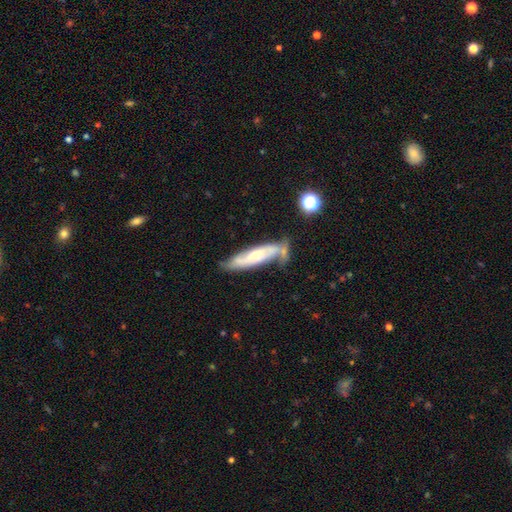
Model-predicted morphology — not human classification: The model was most divided on "smooth or featured": featured or disk: 57%, smooth: 37%, star or artifact: 6%. More confident: edge-on disk — no (60%); merging — none (50%).